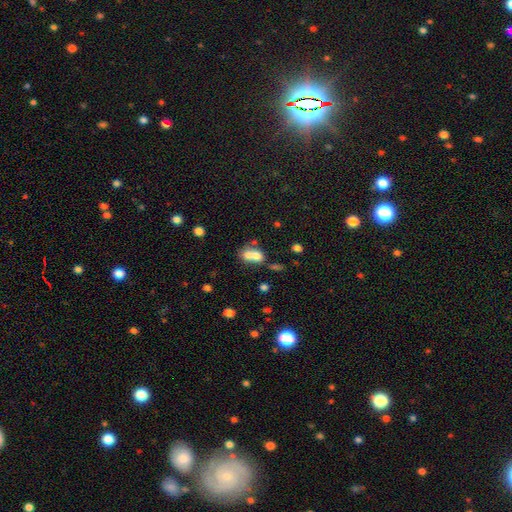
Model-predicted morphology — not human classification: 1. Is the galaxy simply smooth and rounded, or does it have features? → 68% smooth, 21% featured or disk, 11% star or artifact.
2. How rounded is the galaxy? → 58% in between, 39% round, 3% cigar-shaped.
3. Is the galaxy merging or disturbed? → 68% merger, 20% none, 7% minor disturbance, 5% major disturbance.